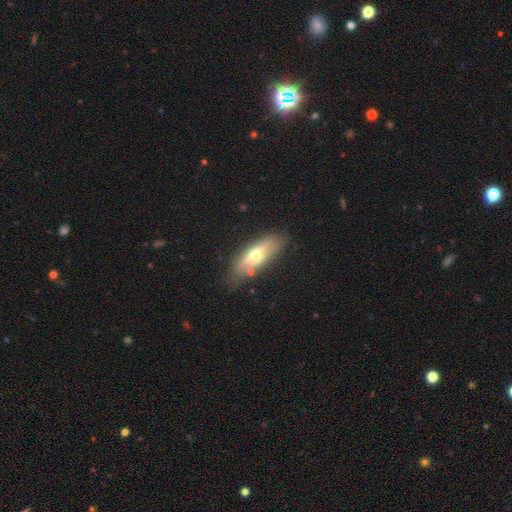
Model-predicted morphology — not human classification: Overall: featured or disk (50%; smooth 43%). Edge-on disk: yes (74%). Merging: none (78%).